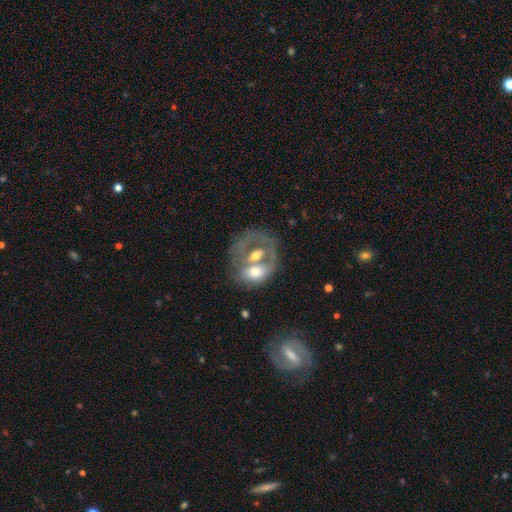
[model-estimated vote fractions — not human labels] The model was most divided on "smooth or featured": featured or disk: 54%, smooth: 38%, star or artifact: 8%. More confident: edge-on disk — no (94%); spiral arms — no (82%); bar — no (76%); bulge size — moderate (66%); merging — merger (60%).